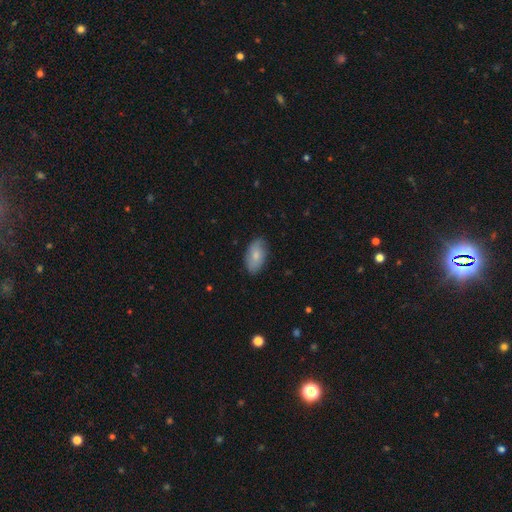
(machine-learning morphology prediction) Smooth or featured? Predicted: smooth (p=0.78). How rounded? Predicted: in between (p=0.94). Merging? Predicted: none (p=0.83).